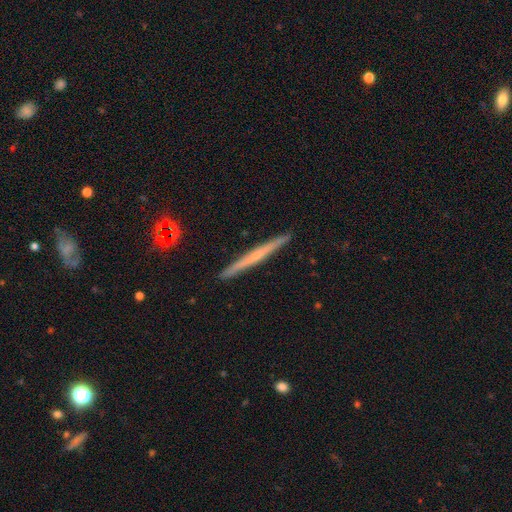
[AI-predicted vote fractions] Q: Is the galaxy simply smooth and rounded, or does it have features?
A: featured or disk — 56%.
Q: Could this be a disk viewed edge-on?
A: yes — 98%.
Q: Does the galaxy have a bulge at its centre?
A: none — 71%.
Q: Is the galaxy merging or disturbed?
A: none — 93%.